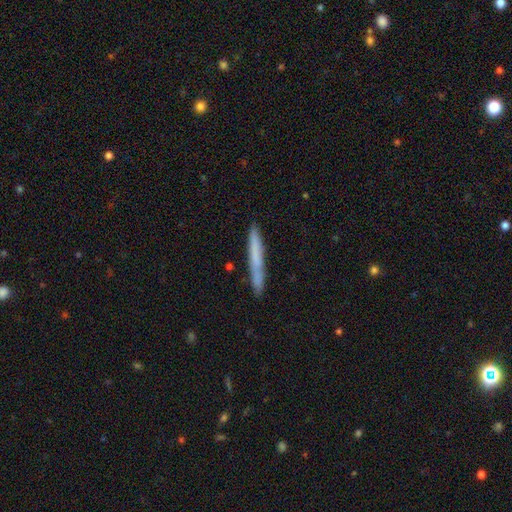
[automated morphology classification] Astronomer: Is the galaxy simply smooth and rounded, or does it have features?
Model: smooth — 65%.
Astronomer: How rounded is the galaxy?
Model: cigar-shaped — 97%.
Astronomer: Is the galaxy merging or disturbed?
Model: none — 87%.